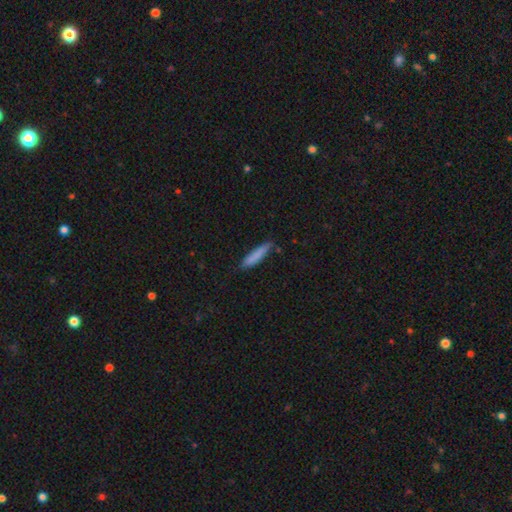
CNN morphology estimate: Smooth or featured? smooth (83%)
How rounded? cigar-shaped (87%)
Merging? none (80%)